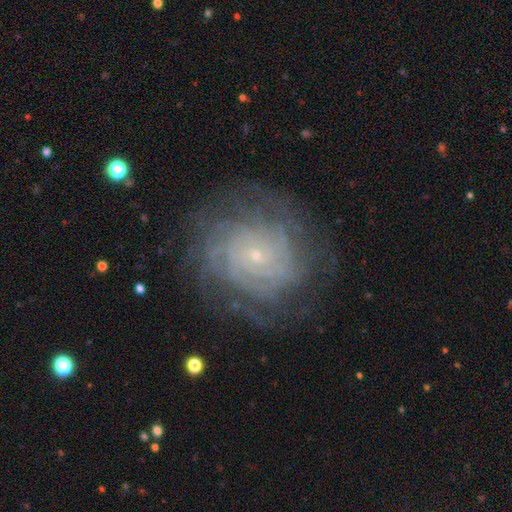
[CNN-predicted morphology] Q: Smooth or featured?
A: featured or disk (80%); runner-up: smooth (12%)
Q: Edge-on disk?
A: no (97%); runner-up: yes (3%)
Q: Bar?
A: no (82%); runner-up: weak (15%)
Q: Spiral arms?
A: yes (93%); runner-up: no (7%)
Q: Spiral winding?
A: tight (79%); runner-up: medium (17%)
Q: Spiral arm count?
A: can't tell (39%); runner-up: more than 4 (17%)
Q: Bulge size?
A: small (89%); runner-up: moderate (7%)
Q: Merging?
A: none (78%); runner-up: minor disturbance (14%)